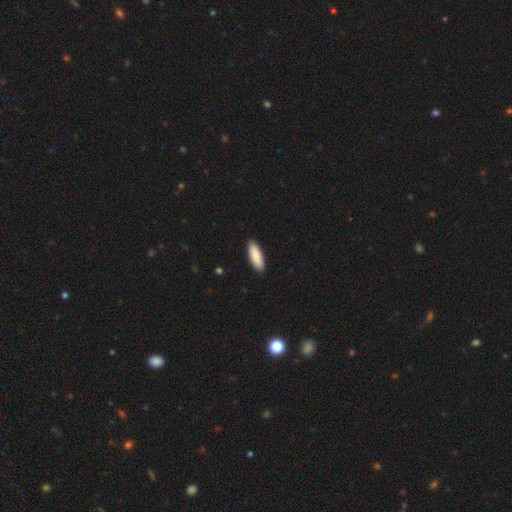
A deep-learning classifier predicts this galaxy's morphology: type=smooth (88%); roundness=in between (61%); merging=none (91%).